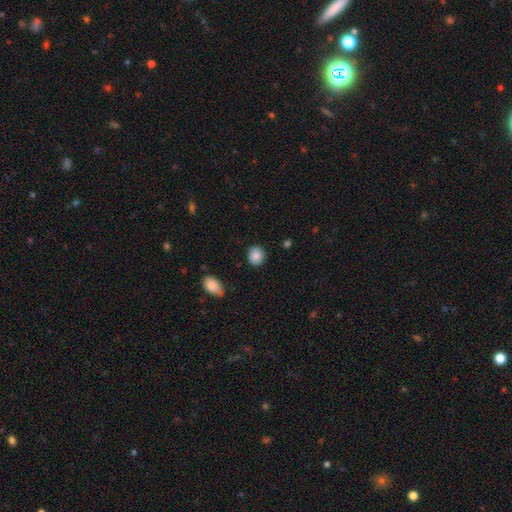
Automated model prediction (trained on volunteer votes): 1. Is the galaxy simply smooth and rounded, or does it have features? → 88% smooth, 8% star or artifact, 4% featured or disk.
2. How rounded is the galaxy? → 80% round, 19% in between, 1% cigar-shaped.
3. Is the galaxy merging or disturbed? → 86% none, 10% minor disturbance, 2% major disturbance, 1% merger.